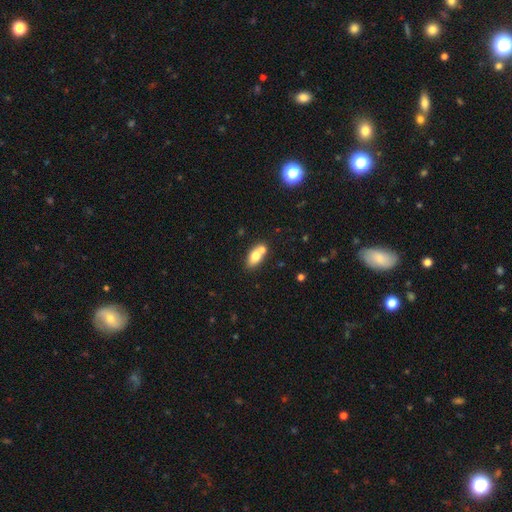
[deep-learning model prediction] smooth-or-featured: smooth: 72% | featured or disk: 19% | star or artifact: 9%
  how-rounded: in between: 83% | round: 10% | cigar-shaped: 7%
  merging: none: 45% | merger: 41% | minor disturbance: 11% | major disturbance: 4%